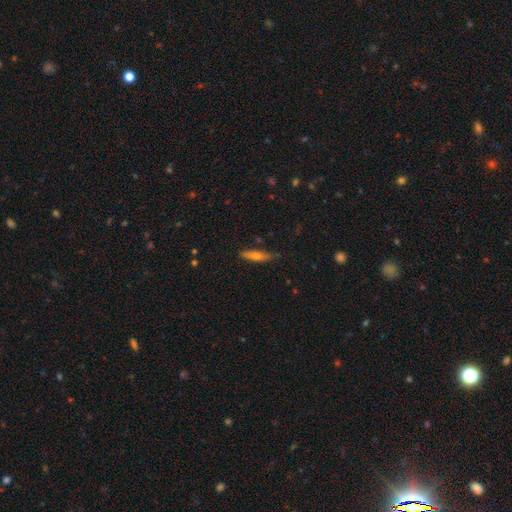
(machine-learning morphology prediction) Q: Smooth or featured?
A: smooth (57%); runner-up: featured or disk (36%)
Q: How rounded?
A: cigar-shaped (82%); runner-up: in between (16%)
Q: Merging?
A: none (79%); runner-up: minor disturbance (17%)